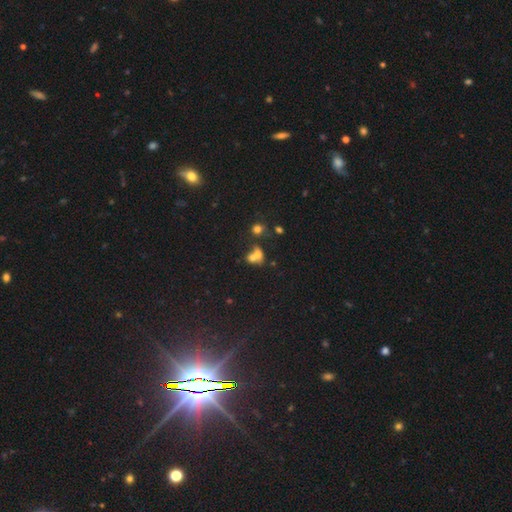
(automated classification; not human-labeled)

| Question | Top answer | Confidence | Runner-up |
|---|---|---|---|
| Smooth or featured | smooth | 62% | star or artifact (20%) |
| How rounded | in between | 49% | round (48%) |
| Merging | merger | 58% | none (28%) |